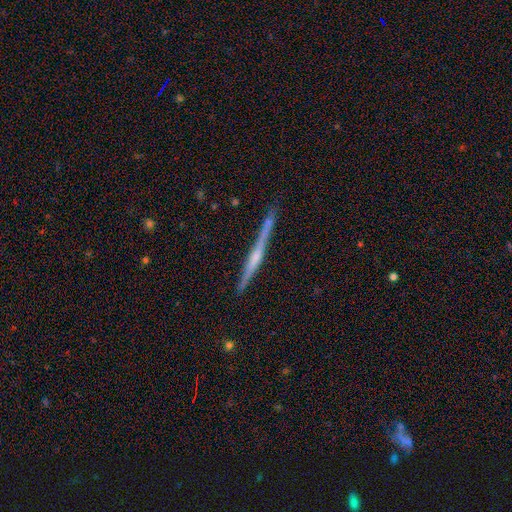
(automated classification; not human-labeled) Smooth or featured?
  - featured or disk: 78% *
  - smooth: 16%
  - star or artifact: 6%
Edge-on disk?
  - yes: 98% *
  - no: 2%
Edge-on bulge?
  - rounded: 60% *
  - none: 25%
  - boxy: 15%
Merging?
  - none: 86% *
  - minor disturbance: 10%
  - merger: 2%
  - major disturbance: 2%